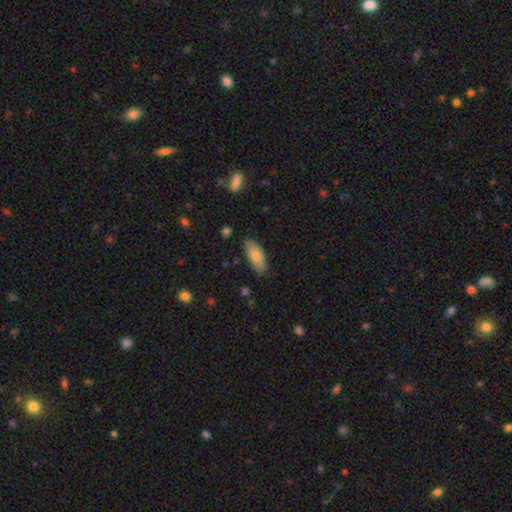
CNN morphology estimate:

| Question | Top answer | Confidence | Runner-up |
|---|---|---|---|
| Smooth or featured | smooth | 77% | featured or disk (17%) |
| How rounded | in between | 84% | cigar-shaped (13%) |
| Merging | none | 83% | minor disturbance (13%) |